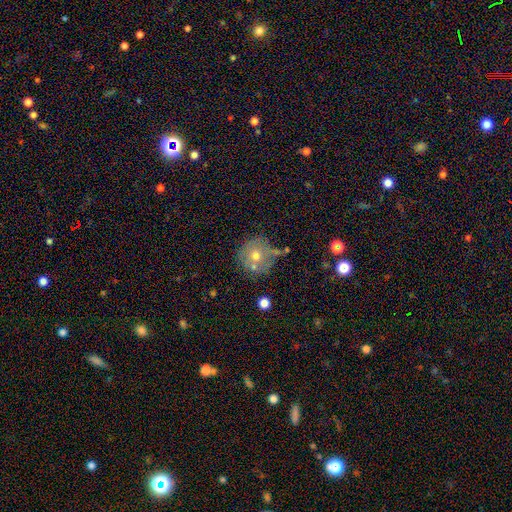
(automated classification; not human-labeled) Smooth or featured? Predicted: smooth (p=0.59). How rounded? Predicted: round (p=0.92). Merging? Predicted: none (p=0.60).